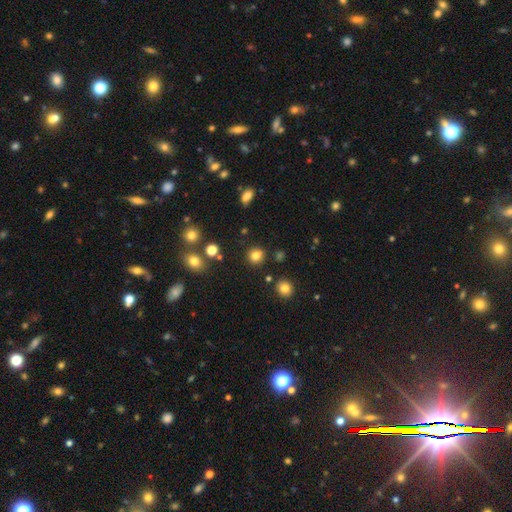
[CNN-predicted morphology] A smooth galaxy with no disk features (80%) that is round (89%).

Vote fractions:
- Smooth or featured? smooth: 80% / star or artifact: 14% / featured or disk: 6%
- How rounded? round: 89% / in between: 10% / cigar-shaped: 1%
- Merging? none: 85% / minor disturbance: 8% / merger: 5% / major disturbance: 3%